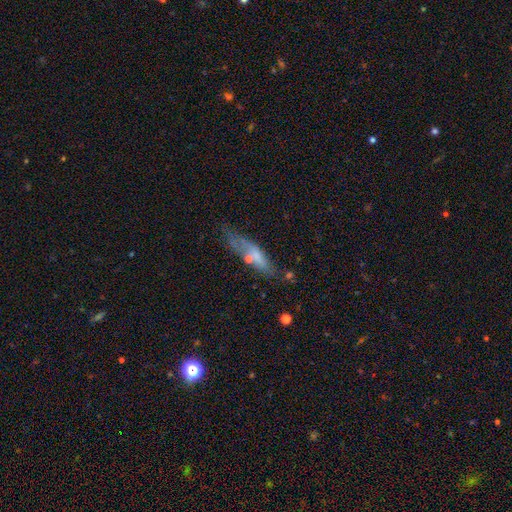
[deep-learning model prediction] Smooth or featured? smooth (54%)
How rounded? cigar-shaped (68%)
Merging? none (56%)